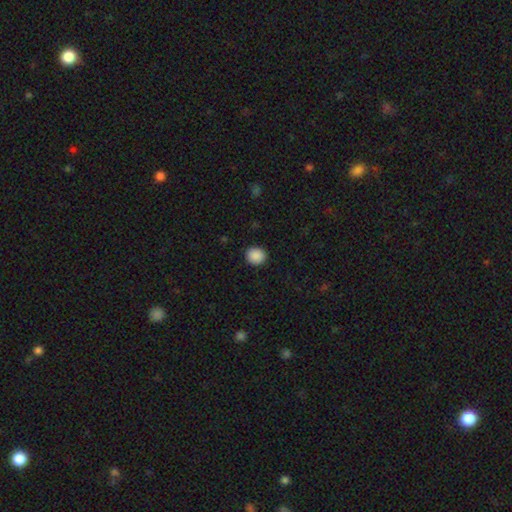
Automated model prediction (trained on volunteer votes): This is clearly a smooth galaxy (89%). How rounded: clearly round (82%). Merging: clearly none (91%).